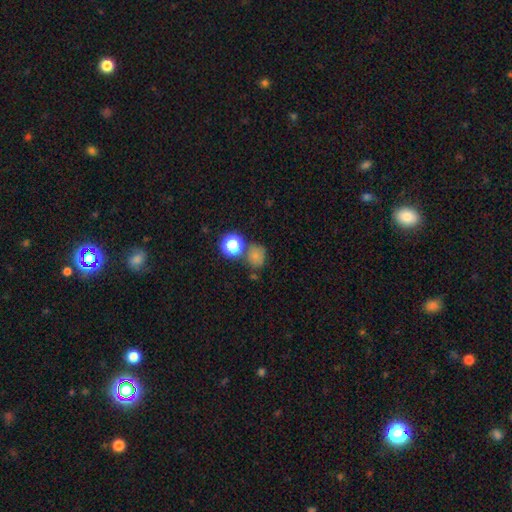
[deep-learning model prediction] Overall: smooth (74%). How rounded: round (71%). Merging: none (63%).